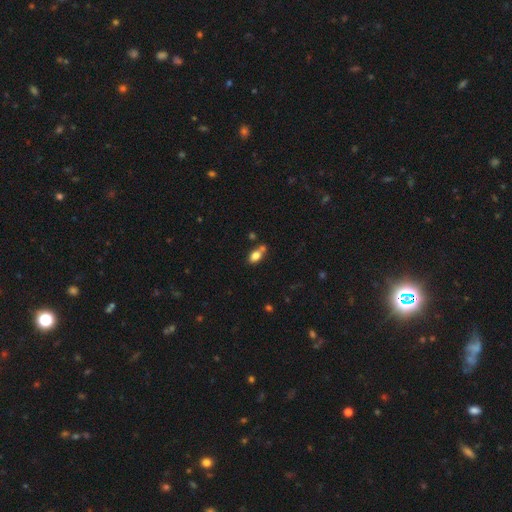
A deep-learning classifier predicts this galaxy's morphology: This is likely a smooth galaxy (80%). How rounded: clearly in between (86%). Merging: possibly none (52%).